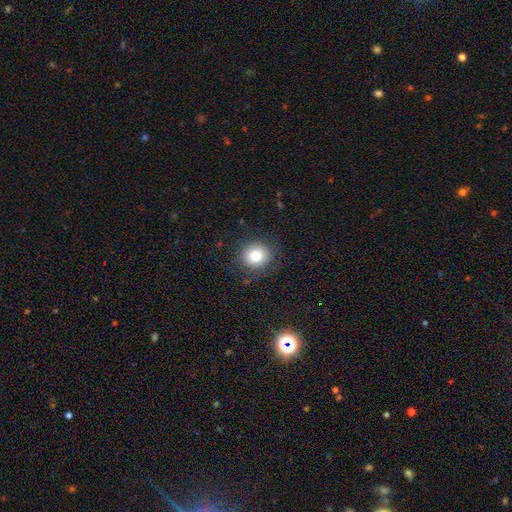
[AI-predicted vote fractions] Morphology: type=smooth (82%); roundness=round (82%); merging=none (86%).